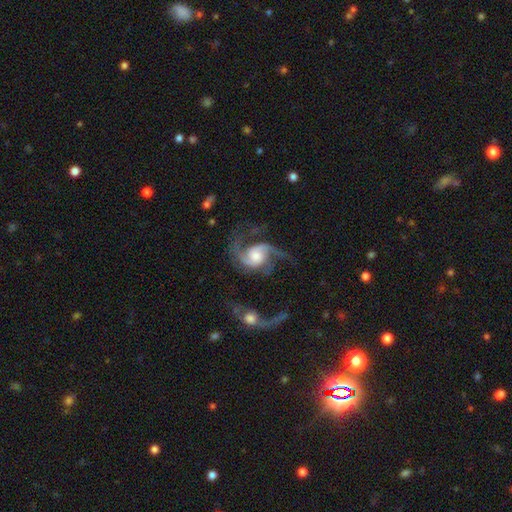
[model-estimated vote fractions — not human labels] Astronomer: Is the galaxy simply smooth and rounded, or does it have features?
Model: featured or disk — 91%.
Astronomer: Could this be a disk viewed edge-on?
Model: no — 98%.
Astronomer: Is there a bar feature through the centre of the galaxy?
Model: no — 62%.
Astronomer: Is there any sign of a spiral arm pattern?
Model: yes — 98%.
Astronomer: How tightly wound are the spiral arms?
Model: medium — 49% (runner-up: loose, 39%).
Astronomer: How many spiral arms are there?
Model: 2 — 77%.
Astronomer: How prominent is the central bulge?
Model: moderate — 46% (runner-up: large, 30%).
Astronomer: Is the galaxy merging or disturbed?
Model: none — 56%.